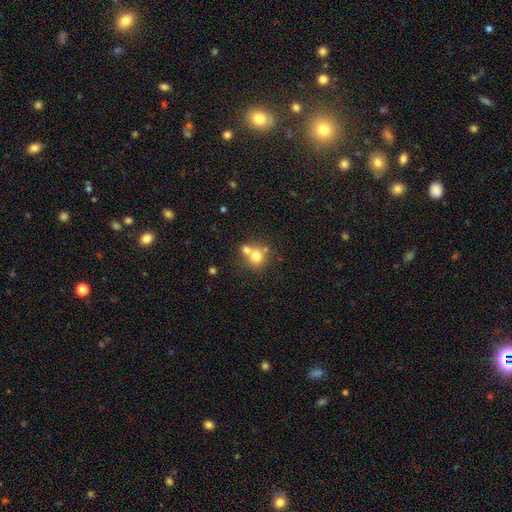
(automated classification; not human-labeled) Smooth or featured? Predicted: smooth (p=0.73). How rounded? Predicted: round (p=0.82). Merging? Predicted: merger (p=0.47).